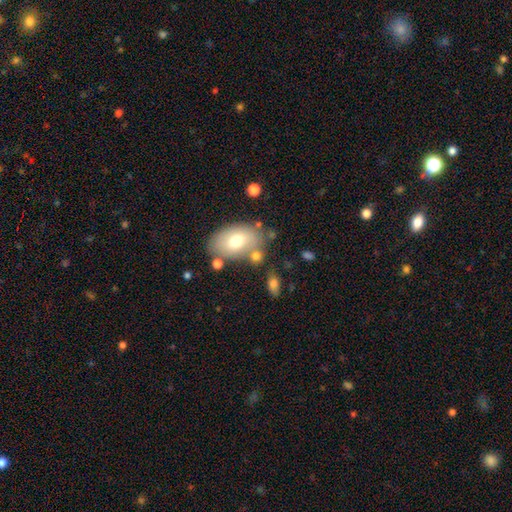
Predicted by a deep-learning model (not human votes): A smooth galaxy with no disk features (69%) that is in between round and cigar-shaped (83%). Merging: none (64%).